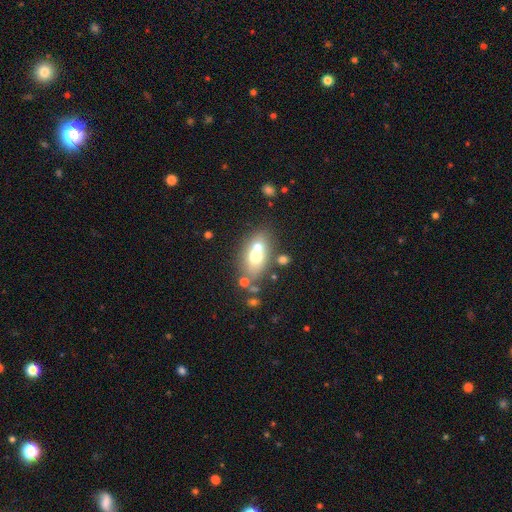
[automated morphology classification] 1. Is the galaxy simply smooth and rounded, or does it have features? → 60% smooth, 28% featured or disk, 11% star or artifact.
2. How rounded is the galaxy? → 76% in between, 20% round, 4% cigar-shaped.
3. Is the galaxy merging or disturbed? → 43% none, 41% merger, 11% minor disturbance, 6% major disturbance.